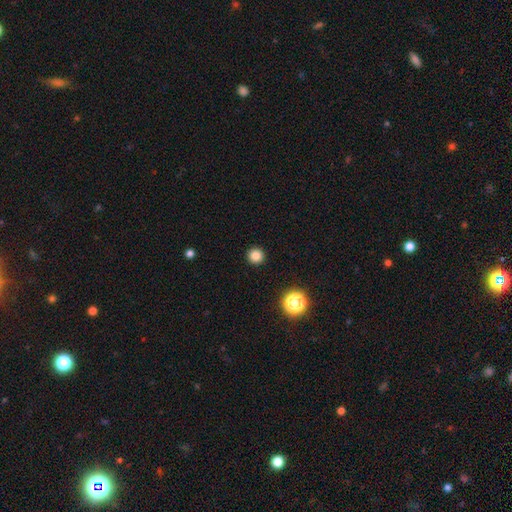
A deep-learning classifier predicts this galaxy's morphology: smooth 84%, star or artifact 13%, featured or disk 3%. Down the decision tree: how rounded — round (95%); merging — none (93%).